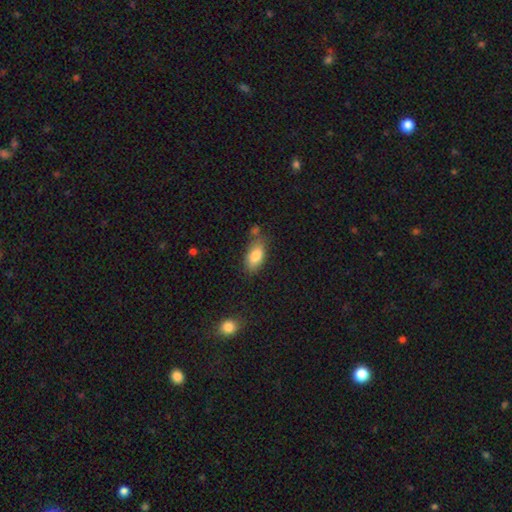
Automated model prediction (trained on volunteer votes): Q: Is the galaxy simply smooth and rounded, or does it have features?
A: smooth — 83%.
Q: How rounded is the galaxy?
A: in between — 89%.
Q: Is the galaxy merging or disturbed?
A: none — 69%.